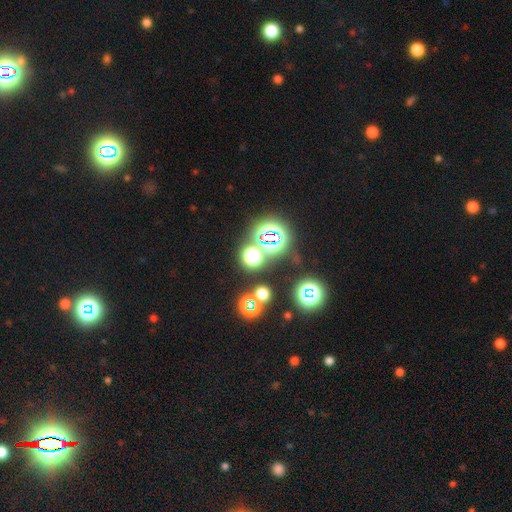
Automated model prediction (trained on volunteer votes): Smooth or featured?
  - star or artifact: 73% *
  - smooth: 20%
  - featured or disk: 8%